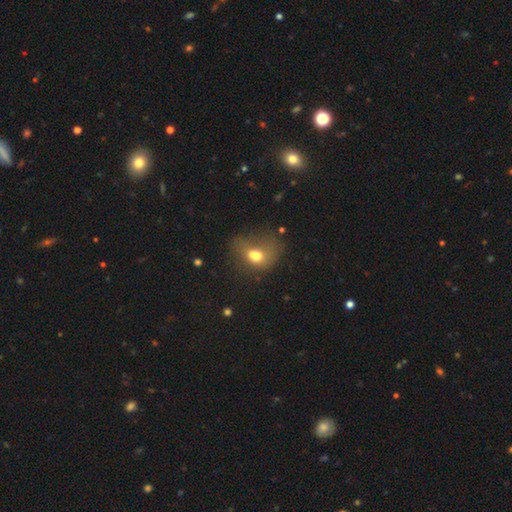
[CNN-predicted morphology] A smooth galaxy with no disk features (64%) that is in between round and cigar-shaped (58%). Merging: merger (30%).